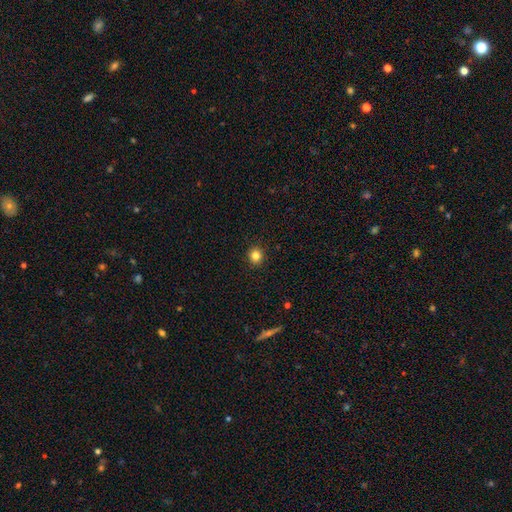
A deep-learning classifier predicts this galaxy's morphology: A smooth galaxy with no disk features (82%) that is round (92%).

Vote fractions:
- Smooth or featured? smooth: 82% / star or artifact: 13% / featured or disk: 5%
- How rounded? round: 92% / in between: 7% / cigar-shaped: 1%
- Merging? none: 92% / minor disturbance: 5% / major disturbance: 2% / merger: 1%